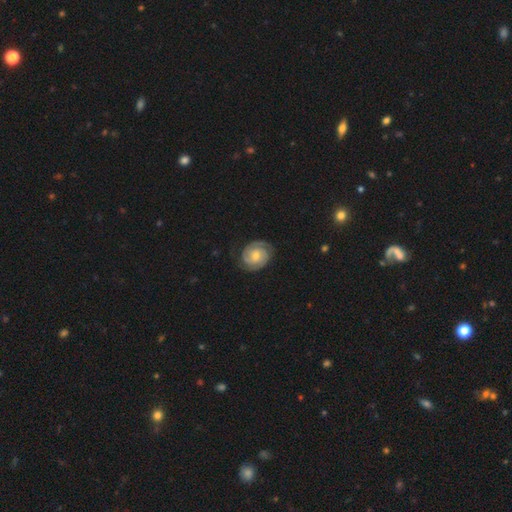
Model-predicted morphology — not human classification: Overall: featured or disk (83%). Edge-on disk: no (98%). Bar: no (64%; weak 30%). Spiral arms: yes (97%). Spiral arm count: 2 (79%). Spiral winding: tight (72%). Bulge size: moderate (53%; small 41%). Merging: none (81%).